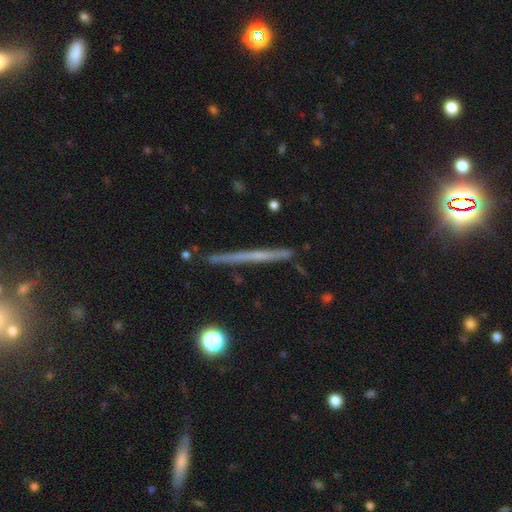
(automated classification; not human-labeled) smooth-or-featured: featured or disk: 58% | smooth: 32% | star or artifact: 10%
  disk-edge-on: yes: 97% | no: 3%
    edge-on-bulge: none: 81% | rounded: 14% | boxy: 5%
  merging: none: 89% | minor disturbance: 8% | merger: 2% | major disturbance: 2%